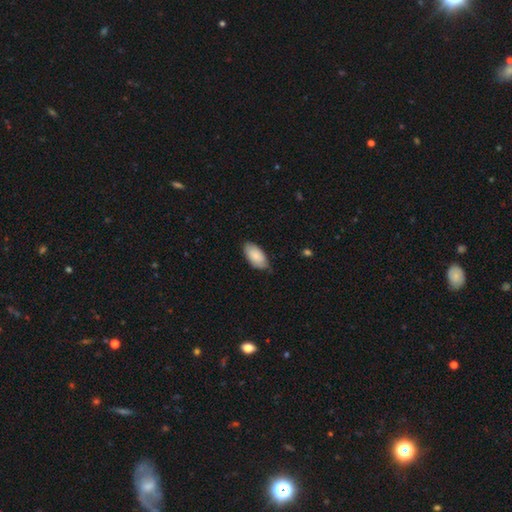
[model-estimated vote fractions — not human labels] A smooth galaxy with no disk features (84%) that is in between round and cigar-shaped (95%).

Vote fractions:
- Smooth or featured? smooth: 84% / featured or disk: 11% / star or artifact: 6%
- How rounded? in between: 95% / cigar-shaped: 3% / round: 2%
- Merging? none: 72% / minor disturbance: 24% / major disturbance: 3% / merger: 1%